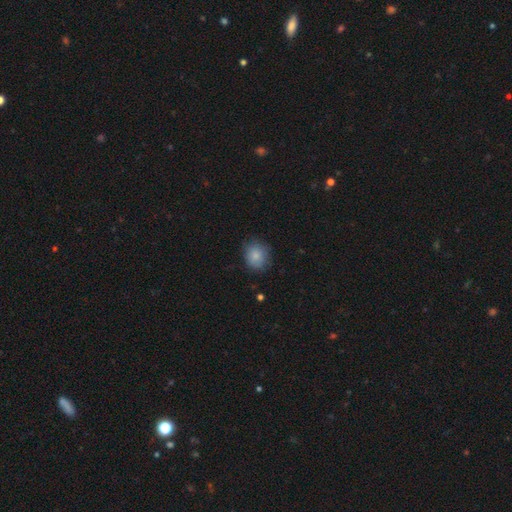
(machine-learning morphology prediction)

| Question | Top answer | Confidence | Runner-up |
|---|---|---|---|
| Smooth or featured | smooth | 84% | star or artifact (9%) |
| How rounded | round | 75% | in between (24%) |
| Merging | none | 79% | minor disturbance (16%) |